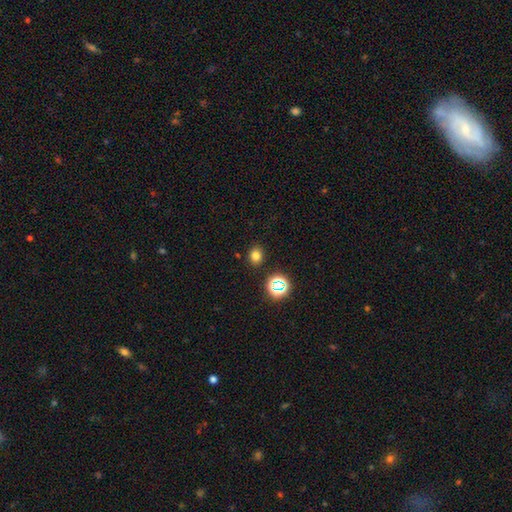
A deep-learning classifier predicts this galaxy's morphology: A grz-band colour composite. It shows a smooth galaxy with no disk features (75%) that is round (63%). Merging: none (87%).